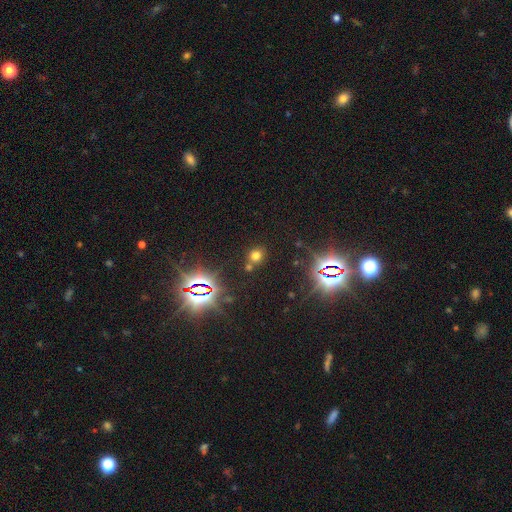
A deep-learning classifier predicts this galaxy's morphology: A smooth galaxy with no disk features (54%) that is round (78%).

Vote fractions:
- Smooth or featured? smooth: 54% / star or artifact: 37% / featured or disk: 9%
- How rounded? round: 78% / in between: 21% / cigar-shaped: 1%
- Merging? none: 71% / merger: 17% / minor disturbance: 9% / major disturbance: 4%